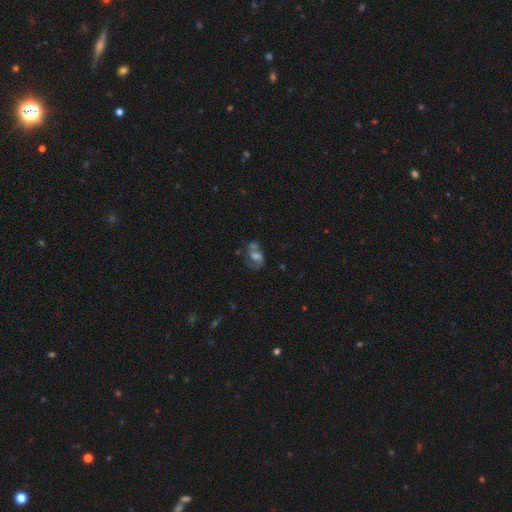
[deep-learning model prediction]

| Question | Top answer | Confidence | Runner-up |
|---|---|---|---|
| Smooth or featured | featured or disk | 53% | smooth (31%) |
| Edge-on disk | no | 96% | yes (4%) |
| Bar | no | 55% | weak (34%) |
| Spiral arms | yes | 63% | no (37%) |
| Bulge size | moderate | 41% | small (21%) |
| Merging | none | 40% | merger (24%) |